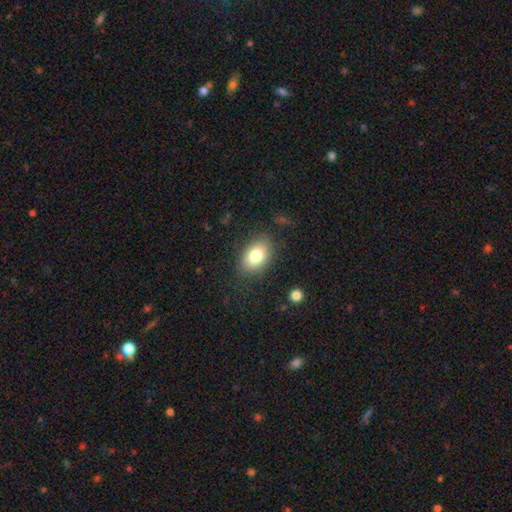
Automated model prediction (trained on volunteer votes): smooth_or_featured: smooth (p=0.80) [alt: featured or disk p=0.12]
how_rounded: in between (p=0.85) [alt: round p=0.14]
merging: none (p=0.82) [alt: minor disturbance p=0.12]